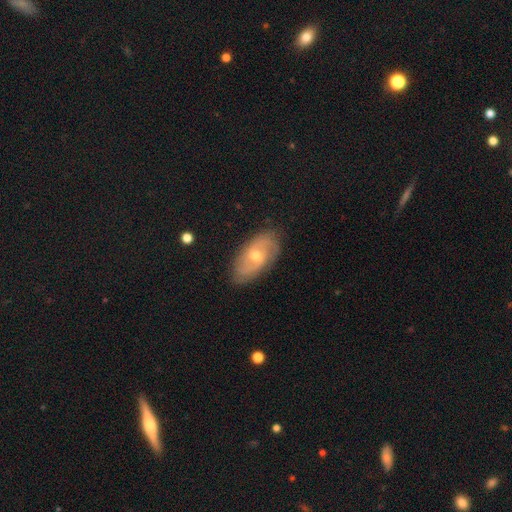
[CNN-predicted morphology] The model was most divided on "spiral winding" (2-way tie): tight: 39%, medium: 39%, loose: 21%. More confident: edge-on disk — no (92%); spiral arms — yes (84%); merging — none (80%); smooth or featured — featured or disk (69%); bar — no (59%); bulge size — moderate (57%); spiral arm count — 2 (55%).